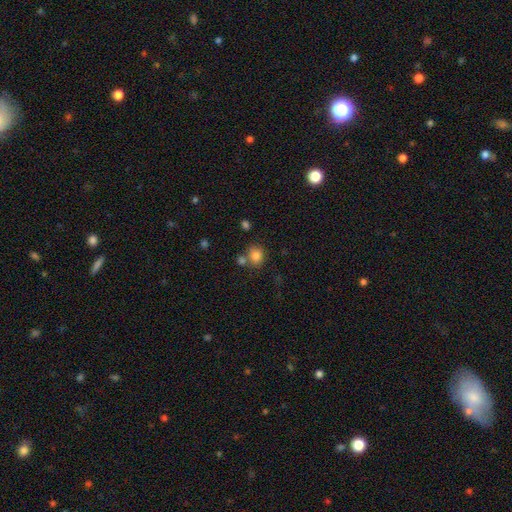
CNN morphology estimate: Smooth or featured: smooth — 82% (star or artifact — 11%)
How rounded: round — 65% (in between — 34%)
Merging: none — 61% (merger — 23%)